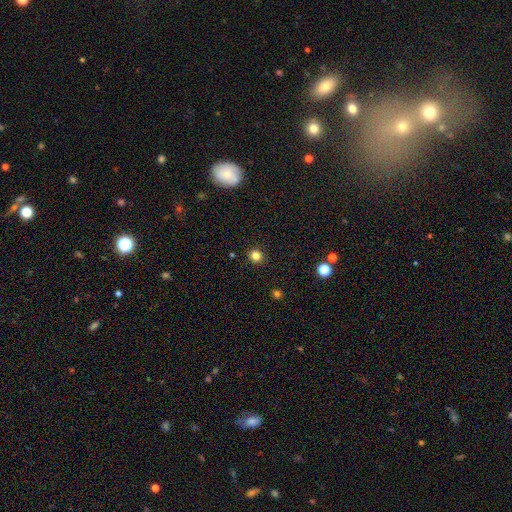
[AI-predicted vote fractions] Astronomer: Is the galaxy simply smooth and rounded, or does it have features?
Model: smooth — 82%.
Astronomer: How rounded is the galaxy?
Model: round — 88%.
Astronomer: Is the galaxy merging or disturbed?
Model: none — 92%.